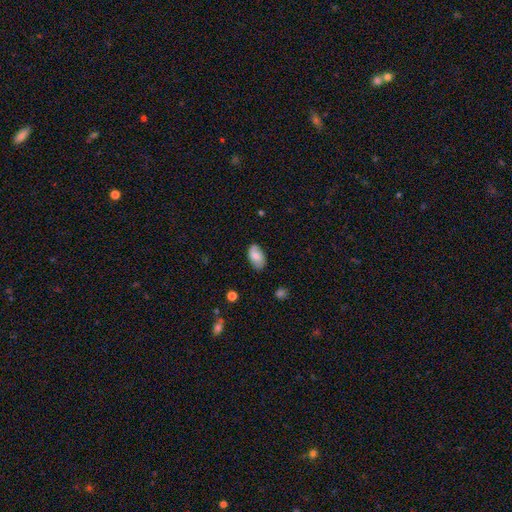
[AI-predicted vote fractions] Smooth or featured? smooth (74%)
How rounded? in between (93%)
Merging? none (74%)